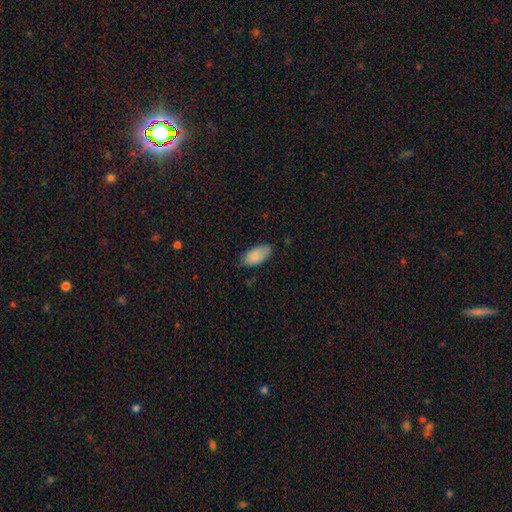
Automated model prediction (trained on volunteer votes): smooth-or-featured: smooth: 87% | star or artifact: 6% | featured or disk: 6%
  how-rounded: in between: 94% | cigar-shaped: 4% | round: 2%
  merging: none: 75% | minor disturbance: 21% | major disturbance: 3% | merger: 1%